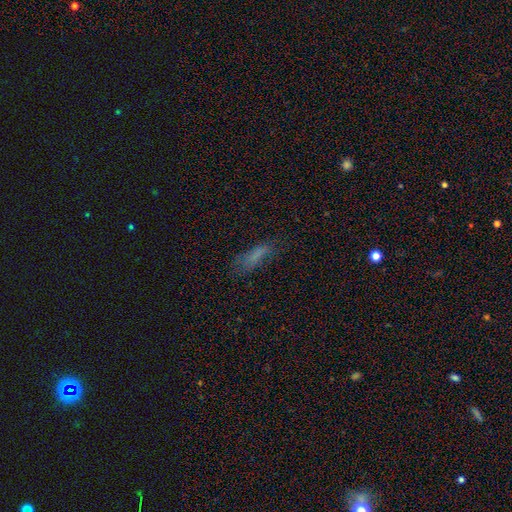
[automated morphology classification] smooth 68%, star or artifact 16%, featured or disk 16%. Down the decision tree: how rounded — in between (49%); merging — none (57%).